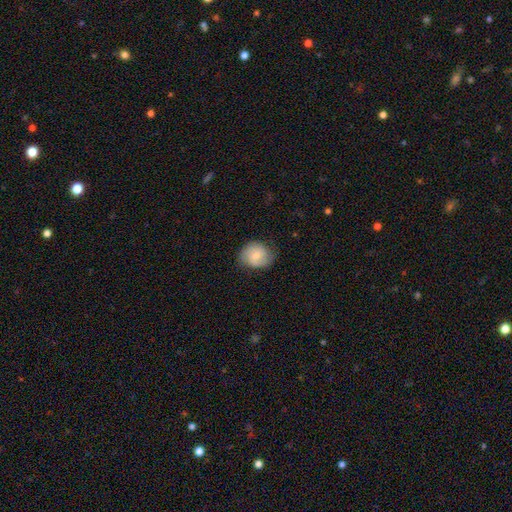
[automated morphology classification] smooth_or_featured: featured or disk (p=0.52) [alt: smooth p=0.41]
disk_edge_on: no (p=0.98) [alt: yes p=0.02]
bar: no (p=0.48) [alt: weak p=0.44]
has_spiral_arms: yes (p=0.90) [alt: no p=0.10]
bulge_size: small (p=0.51) [alt: moderate p=0.39]
merging: none (p=0.75) [alt: minor disturbance p=0.19]